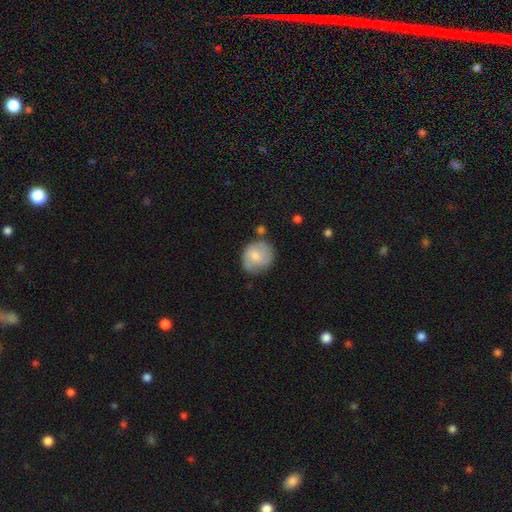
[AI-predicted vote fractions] This is likely a smooth galaxy (68%). How rounded: clearly round (81%). Merging: likely none (63%).